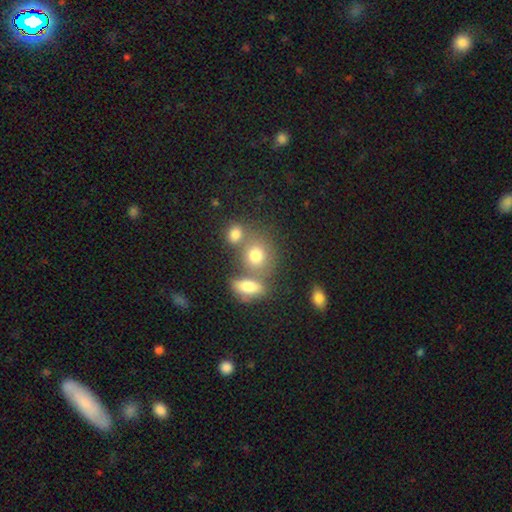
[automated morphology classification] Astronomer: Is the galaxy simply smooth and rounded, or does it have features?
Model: smooth — 77%.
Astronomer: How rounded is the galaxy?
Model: round — 66%.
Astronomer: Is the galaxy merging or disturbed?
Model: none — 49% (runner-up: merger, 35%).